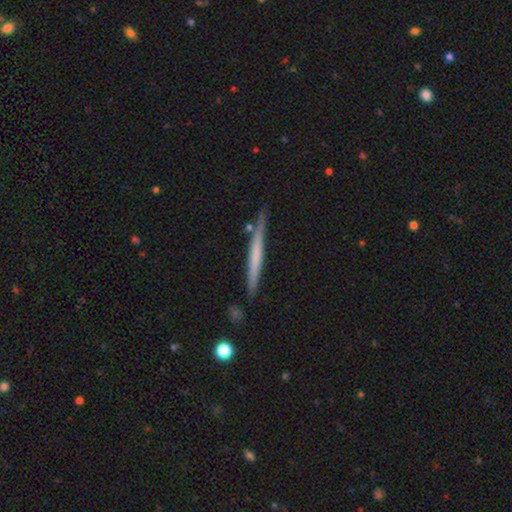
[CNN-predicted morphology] Q: Smooth or featured?
A: featured or disk (49%); runner-up: smooth (45%)
Q: Merging?
A: none (85%); runner-up: minor disturbance (10%)